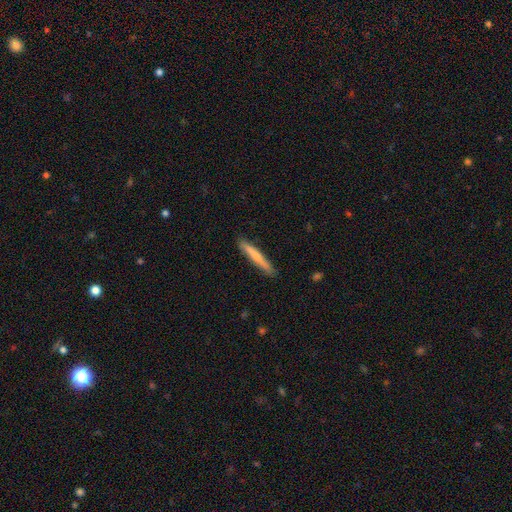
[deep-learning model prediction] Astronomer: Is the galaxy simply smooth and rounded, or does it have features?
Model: smooth — 57% (runner-up: featured or disk, 38%).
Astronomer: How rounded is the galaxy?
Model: cigar-shaped — 95%.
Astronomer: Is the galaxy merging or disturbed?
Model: none — 88%.